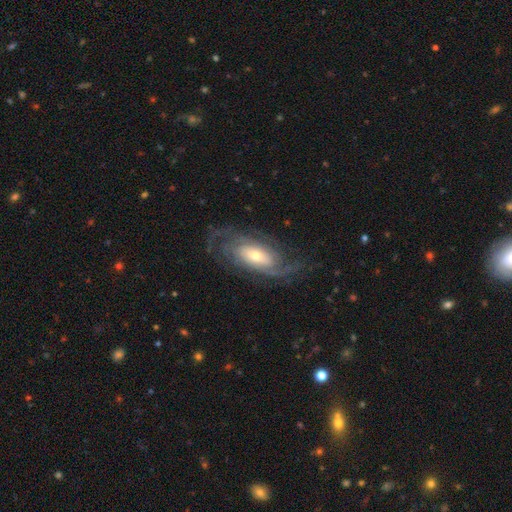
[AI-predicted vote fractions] Smooth or featured? Predicted: featured or disk (p=0.85). Edge-on disk? Predicted: no (p=0.93). Bar? Predicted: no (p=0.60). Spiral arms? Predicted: yes (p=0.95). Spiral winding? Predicted: tight (p=0.50). Spiral arm count? Predicted: 2 (p=0.36). Bulge size? Predicted: moderate (p=0.51). Merging? Predicted: none (p=0.71).